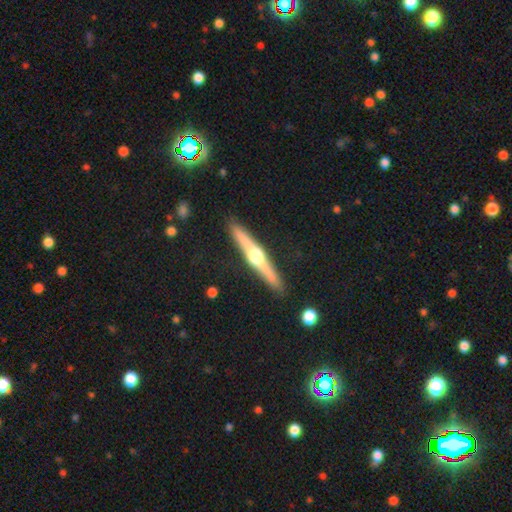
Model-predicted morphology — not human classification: Smooth or featured: featured or disk — 74% (smooth — 21%)
Edge-on disk: yes — 98% (no — 2%)
Edge-on bulge: rounded — 95% (boxy — 3%)
Merging: none — 90% (minor disturbance — 7%)